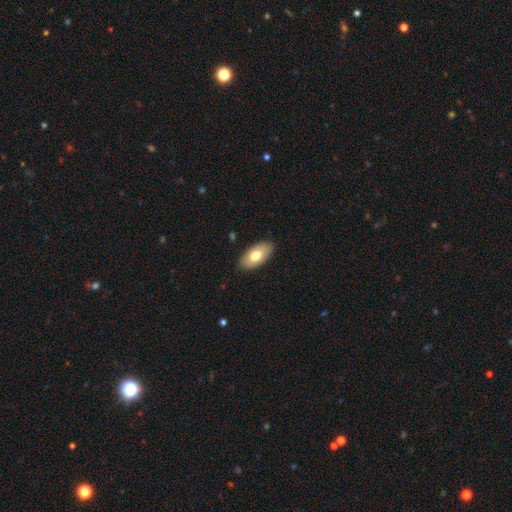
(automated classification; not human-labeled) Smooth or featured: smooth — 72% (featured or disk — 22%)
How rounded: in between — 94% (cigar-shaped — 3%)
Merging: none — 87% (minor disturbance — 10%)